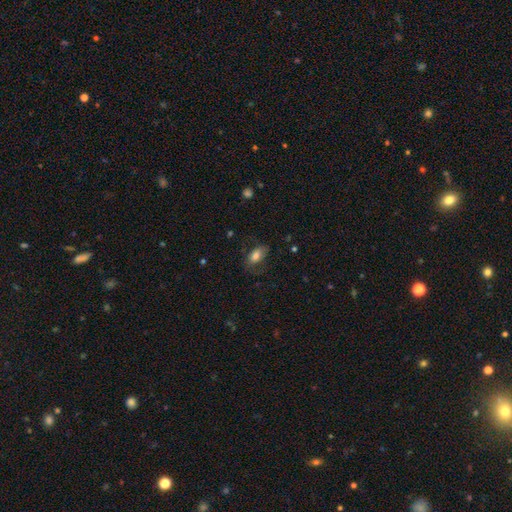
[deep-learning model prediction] The model was most divided on "merging": none: 63%, minor disturbance: 22%, major disturbance: 14%, merger: 1%. More confident: how rounded — in between (90%); smooth or featured — smooth (75%).